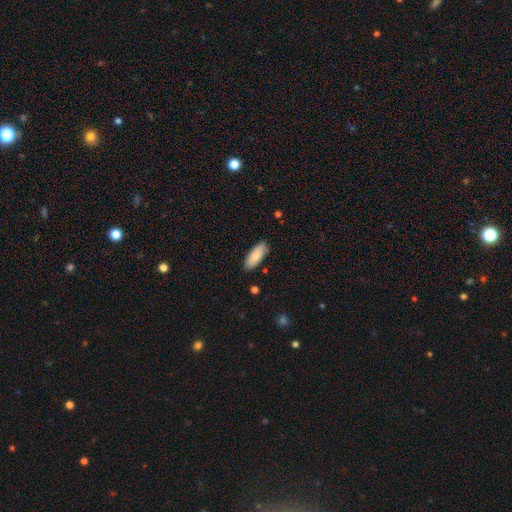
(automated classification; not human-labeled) Morphology: type=smooth (85%); roundness=in between (76%); merging=none (87%).